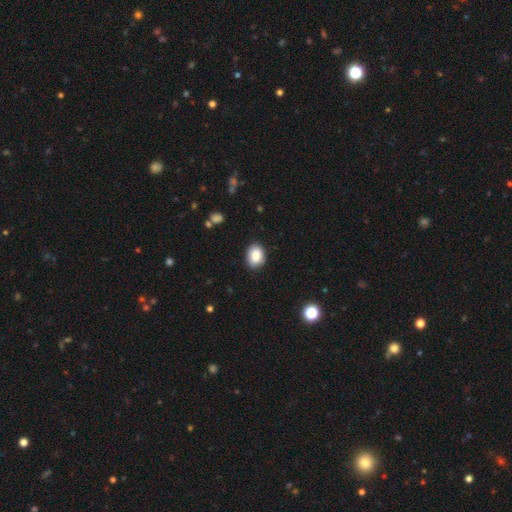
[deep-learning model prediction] Smooth or featured: smooth — 88% (star or artifact — 8%)
How rounded: in between — 70% (round — 29%)
Merging: none — 87% (minor disturbance — 10%)